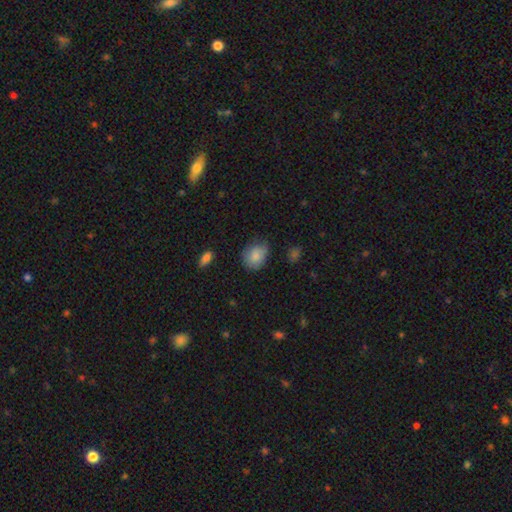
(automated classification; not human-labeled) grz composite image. It shows a smooth galaxy with no disk features (83%) that is in between round and cigar-shaped (51%). Merging: none (62%).